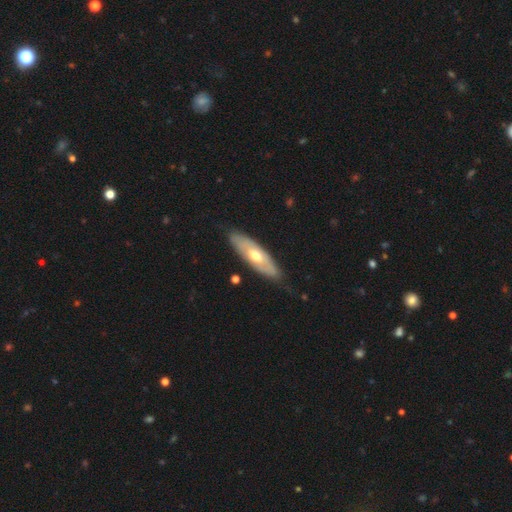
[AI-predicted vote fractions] Q: Smooth or featured?
A: featured or disk (56%); runner-up: smooth (39%)
Q: Edge-on disk?
A: no (64%); runner-up: yes (36%)
Q: Merging?
A: none (80%); runner-up: minor disturbance (16%)